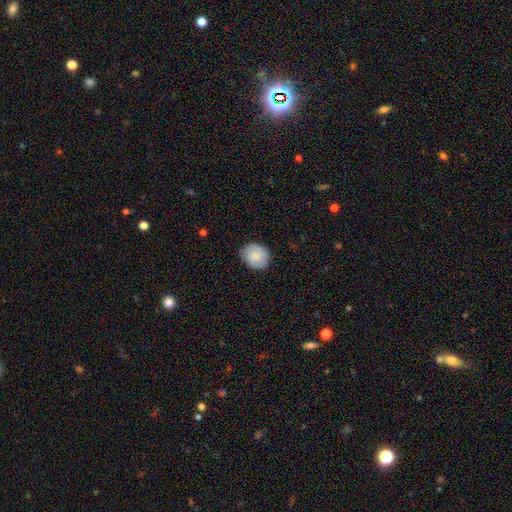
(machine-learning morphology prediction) Smooth or featured?
  - smooth: 63% *
  - featured or disk: 29%
  - star or artifact: 8%
How rounded?
  - round: 63% *
  - in between: 36%
  - cigar-shaped: 1%
Merging?
  - none: 81% *
  - minor disturbance: 15%
  - major disturbance: 3%
  - merger: 1%